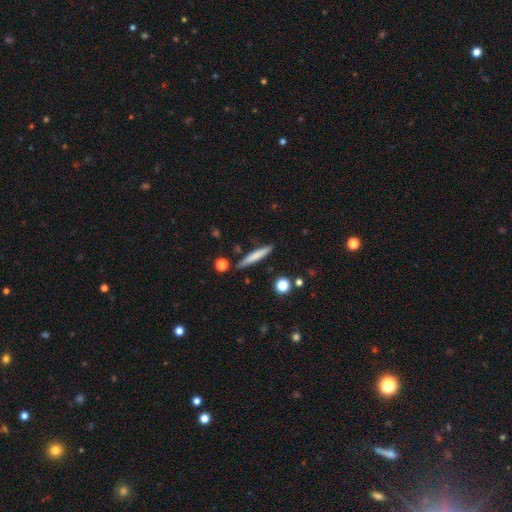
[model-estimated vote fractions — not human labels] Smooth or featured? Predicted: smooth (p=0.70). How rounded? Predicted: cigar-shaped (p=0.94). Merging? Predicted: none (p=0.84).